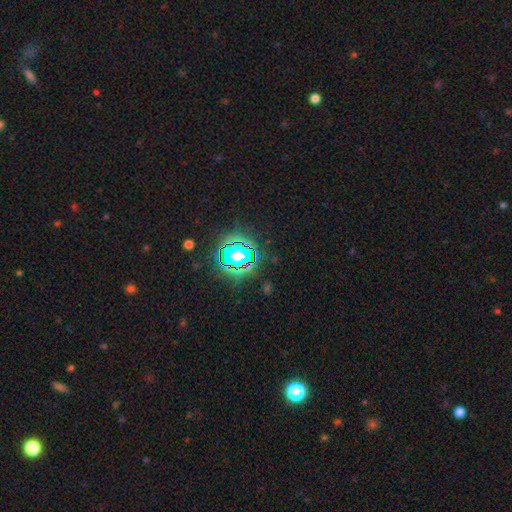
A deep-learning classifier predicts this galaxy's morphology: Smooth or featured?
  - star or artifact: 81% *
  - smooth: 12%
  - featured or disk: 7%